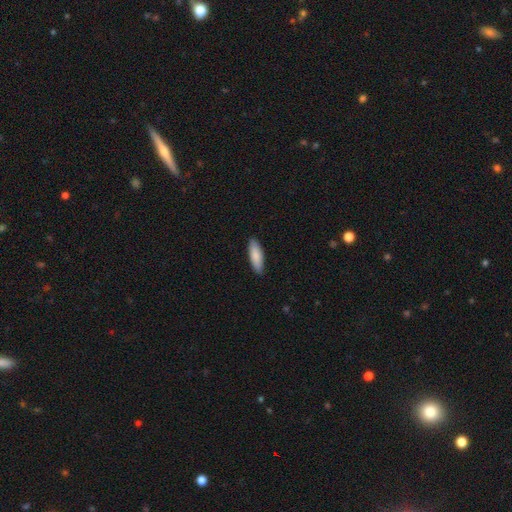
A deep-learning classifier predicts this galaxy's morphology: This appears to be a smooth galaxy with no disk features (86%) that is in between round and cigar-shaped (51%). Merging: none (88%).